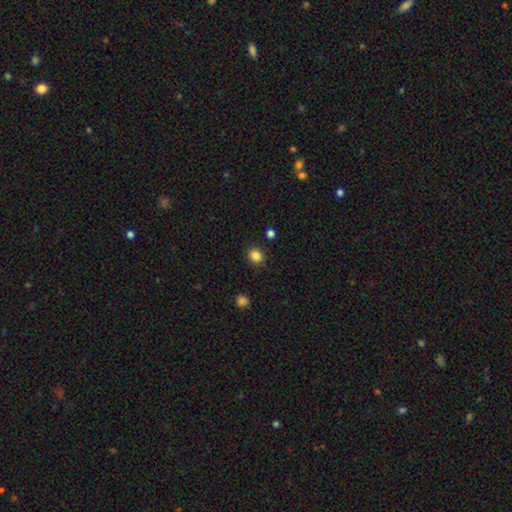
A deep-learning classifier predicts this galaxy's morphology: smooth-or-featured: smooth: 85% | star or artifact: 12% | featured or disk: 3%
  how-rounded: round: 83% | in between: 16% | cigar-shaped: 1%
  merging: none: 87% | minor disturbance: 8% | major disturbance: 3% | merger: 2%